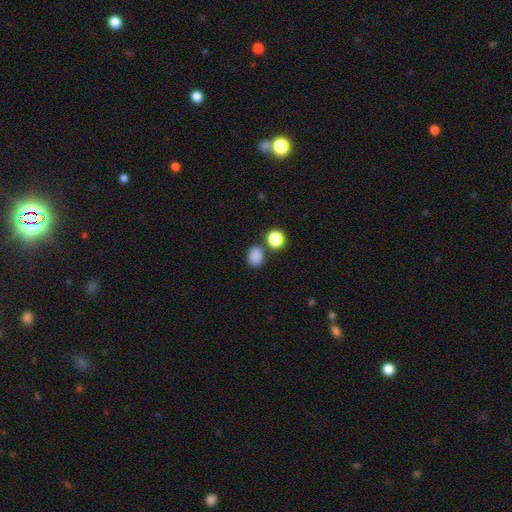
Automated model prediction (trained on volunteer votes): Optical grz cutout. It shows a smooth galaxy with no disk features (85%) that is in between round and cigar-shaped (56%). Merging: none (76%).